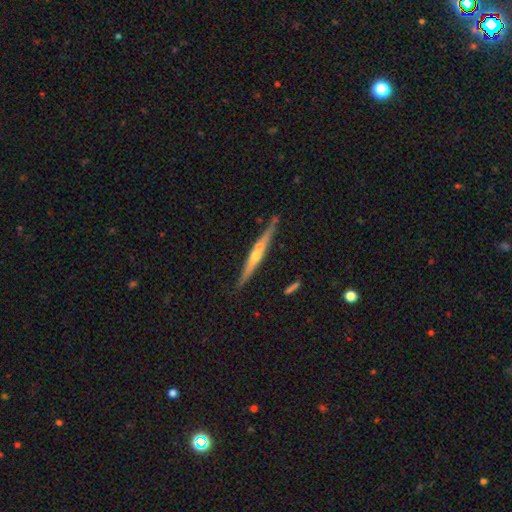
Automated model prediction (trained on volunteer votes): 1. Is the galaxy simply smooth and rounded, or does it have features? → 69% featured or disk, 25% smooth, 6% star or artifact.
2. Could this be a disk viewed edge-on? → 97% yes, 3% no.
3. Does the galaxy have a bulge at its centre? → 74% rounded, 21% none, 5% boxy.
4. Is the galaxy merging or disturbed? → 80% none, 10% minor disturbance, 7% merger, 2% major disturbance.